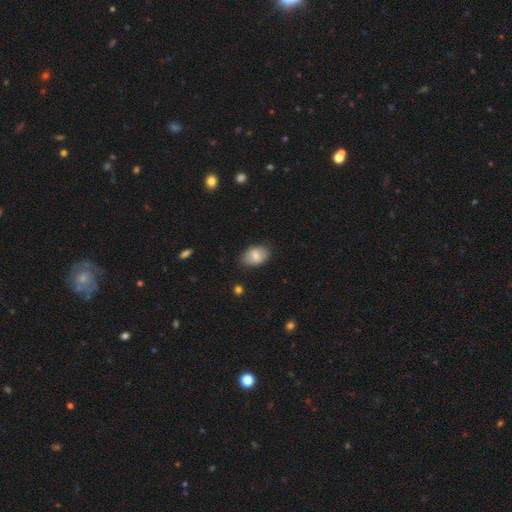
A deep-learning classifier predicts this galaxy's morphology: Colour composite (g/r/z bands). It shows a smooth galaxy with no disk features (72%) that is in between round and cigar-shaped (85%). Merging: none (81%).